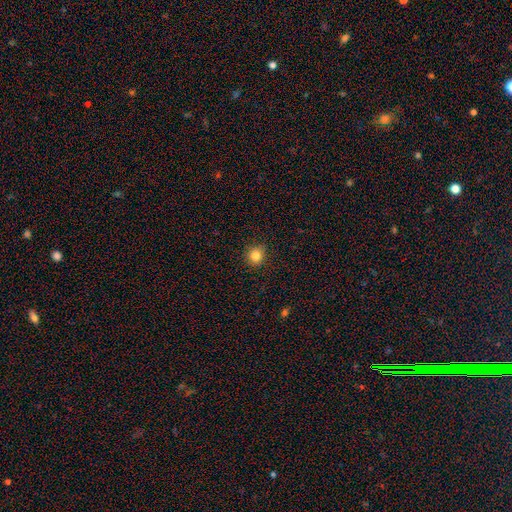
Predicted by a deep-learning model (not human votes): smooth-or-featured: smooth: 83% | star or artifact: 12% | featured or disk: 5%
  how-rounded: round: 86% | in between: 13% | cigar-shaped: 1%
  merging: none: 88% | minor disturbance: 8% | major disturbance: 2% | merger: 1%